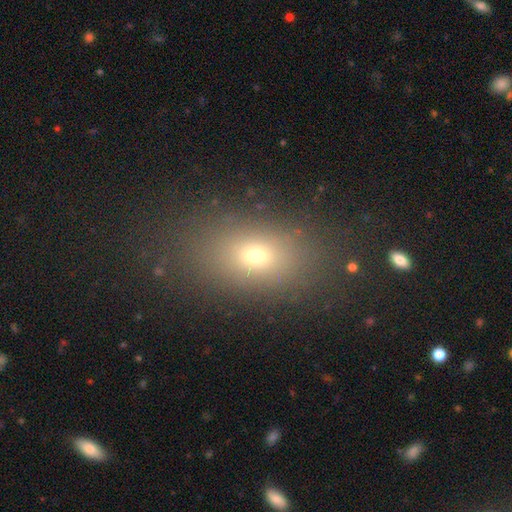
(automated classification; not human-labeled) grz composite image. It shows a smooth galaxy with no disk features (67%) that is in between round and cigar-shaped (76%). Merging: none (83%).